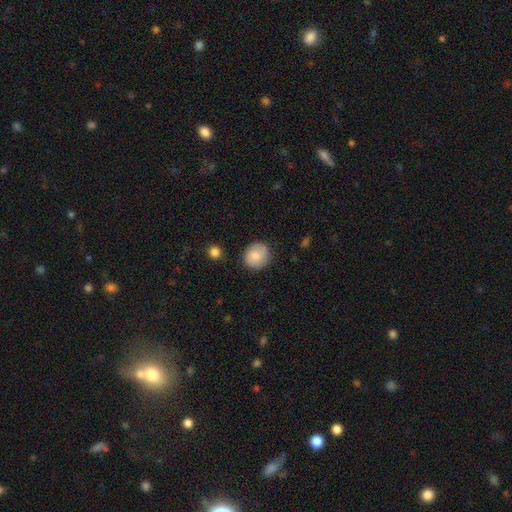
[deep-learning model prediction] smooth-or-featured: smooth: 82% | featured or disk: 11% | star or artifact: 7%
  how-rounded: round: 89% | in between: 10% | cigar-shaped: 1%
  merging: none: 84% | minor disturbance: 12% | major disturbance: 3% | merger: 2%